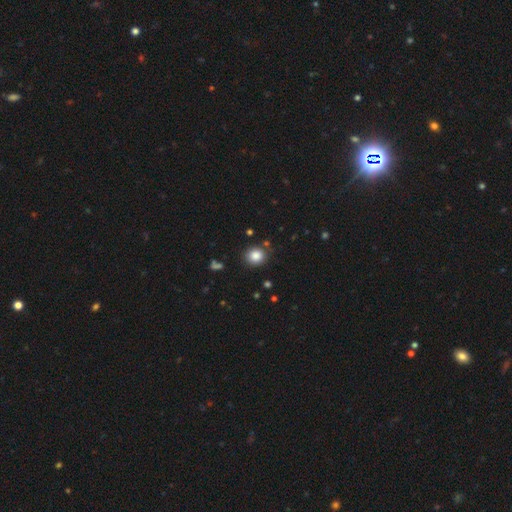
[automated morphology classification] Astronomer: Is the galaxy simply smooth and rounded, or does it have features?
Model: smooth — 85%.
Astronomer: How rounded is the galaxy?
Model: round — 81%.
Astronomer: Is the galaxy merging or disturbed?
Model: none — 85%.